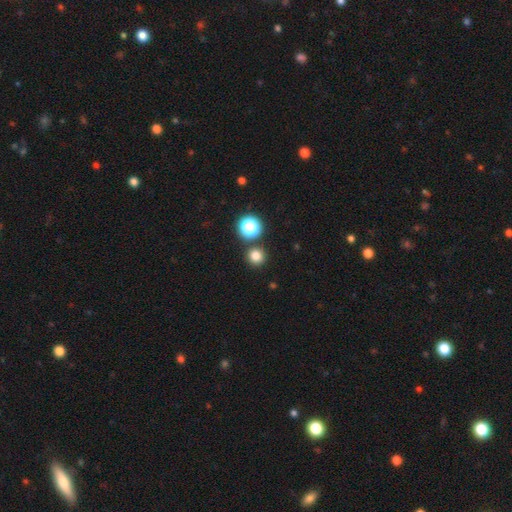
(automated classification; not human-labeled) The model was most divided on "smooth or featured": smooth: 78%, star or artifact: 18%, featured or disk: 5%. More confident: how rounded — round (94%); merging — none (85%).